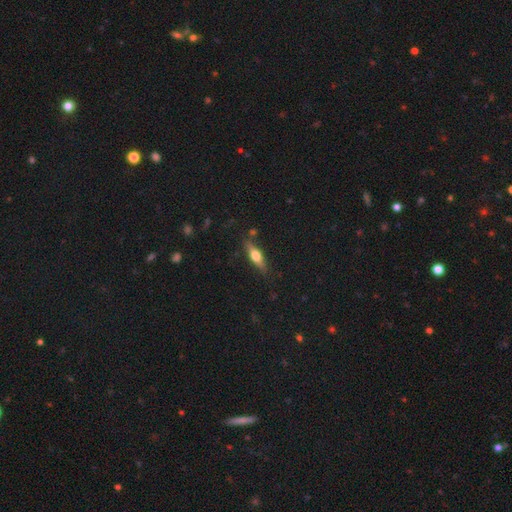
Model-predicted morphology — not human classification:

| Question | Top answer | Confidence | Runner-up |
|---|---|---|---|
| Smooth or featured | smooth | 47% | featured or disk (46%) |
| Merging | none | 81% | minor disturbance (13%) |